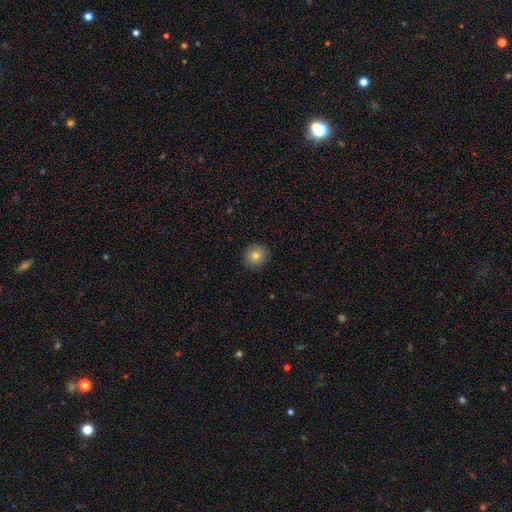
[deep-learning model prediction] A smooth galaxy with no disk features (81%) that is round (89%). Merging: none (90%).